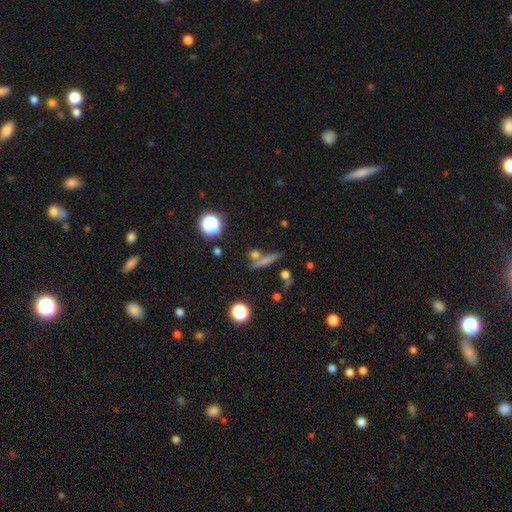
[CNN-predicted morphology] Q: Smooth or featured?
A: smooth (58%); runner-up: featured or disk (26%)
Q: How rounded?
A: cigar-shaped (55%); runner-up: round (30%)
Q: Merging?
A: none (68%); runner-up: merger (17%)